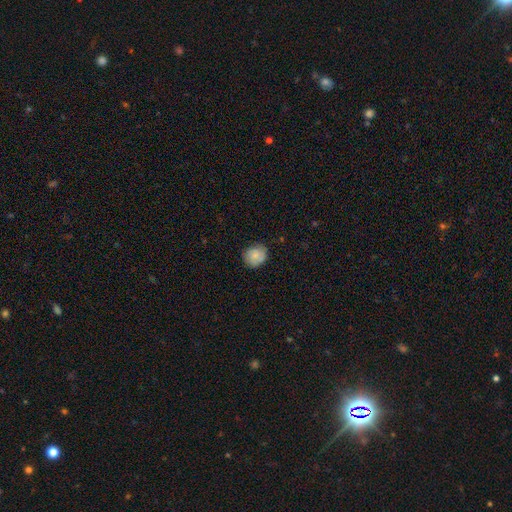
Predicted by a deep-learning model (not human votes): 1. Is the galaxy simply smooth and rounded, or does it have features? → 78% smooth, 14% featured or disk, 8% star or artifact.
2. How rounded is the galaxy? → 77% round, 22% in between, 1% cigar-shaped.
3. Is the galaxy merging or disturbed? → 78% none, 17% minor disturbance, 3% major disturbance, 1% merger.